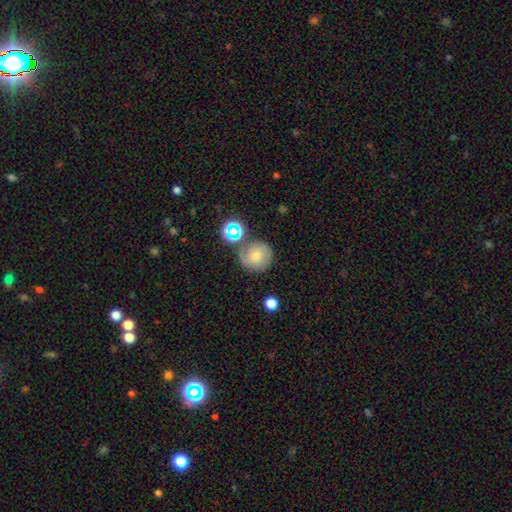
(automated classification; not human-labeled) smooth_or_featured: smooth (p=0.65) [alt: featured or disk p=0.21]
how_rounded: round (p=0.90) [alt: in between p=0.09]
merging: none (p=0.66) [alt: minor disturbance p=0.15]